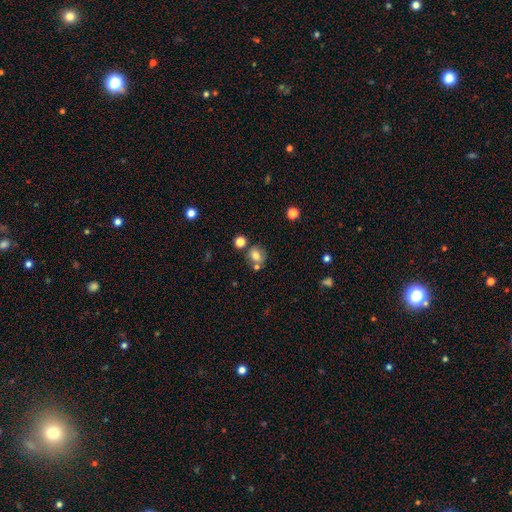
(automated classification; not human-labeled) This is likely a smooth galaxy (72%). How rounded: likely round (70%). Merging: likely none (60%).